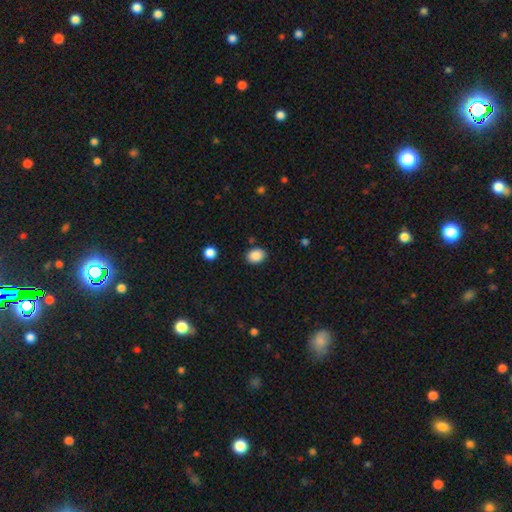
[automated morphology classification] Smooth or featured? smooth (88%)
How rounded? in between (58%)
Merging? none (84%)